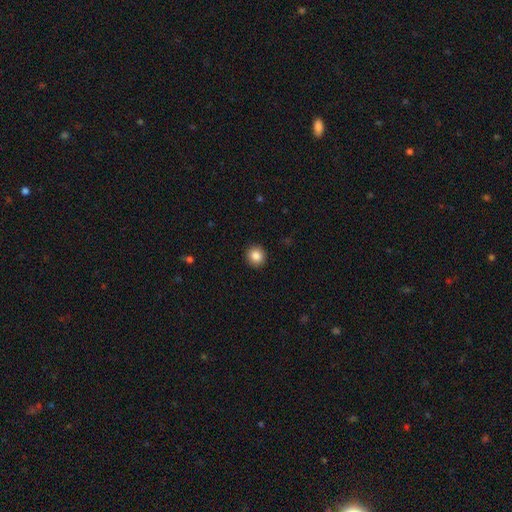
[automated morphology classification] smooth-or-featured: smooth: 86% | star or artifact: 9% | featured or disk: 5%
  how-rounded: round: 90% | in between: 9% | cigar-shaped: 1%
  merging: none: 93% | minor disturbance: 5% | major disturbance: 2% | merger: 1%